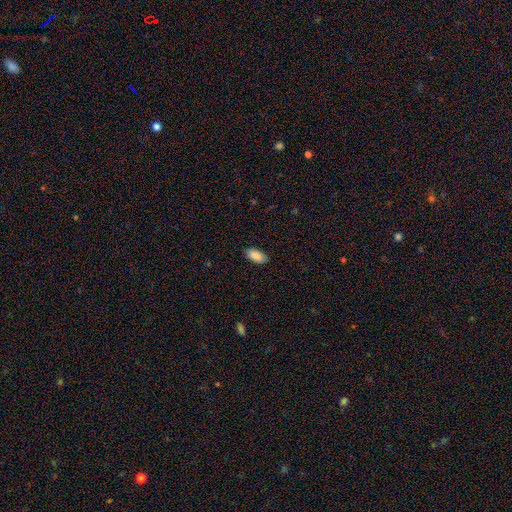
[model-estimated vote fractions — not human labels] Smooth or featured? smooth (88%)
How rounded? in between (93%)
Merging? none (86%)